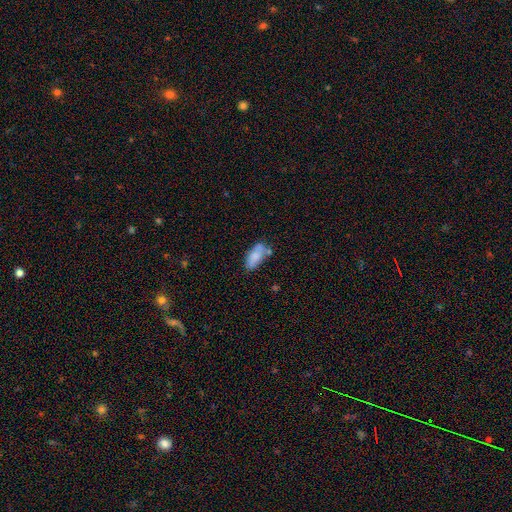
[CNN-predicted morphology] Overall: smooth (77%). How rounded: in between (86%). Merging: none (51%; minor disturbance 23%).